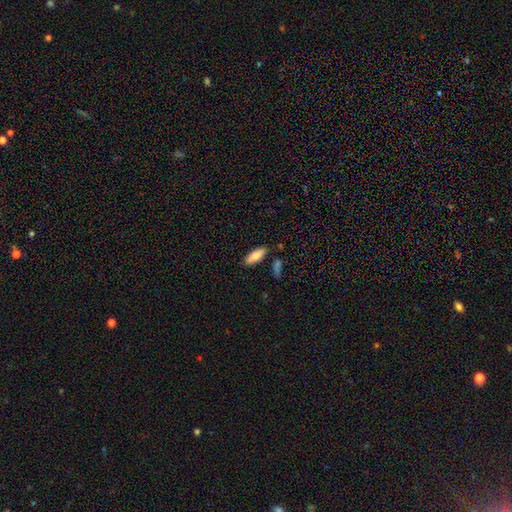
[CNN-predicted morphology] This appears to be a smooth galaxy with no disk features (81%) that is in between round and cigar-shaped (75%). Merging: none (83%).